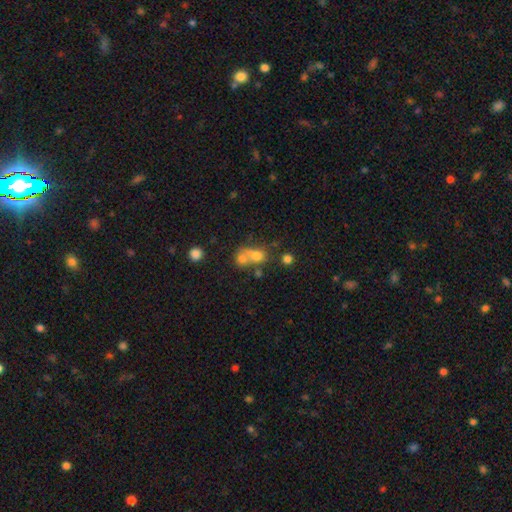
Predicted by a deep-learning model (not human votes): Smooth or featured: smooth — 67% (featured or disk — 18%)
How rounded: round — 61% (in between — 37%)
Merging: merger — 57% (none — 26%)